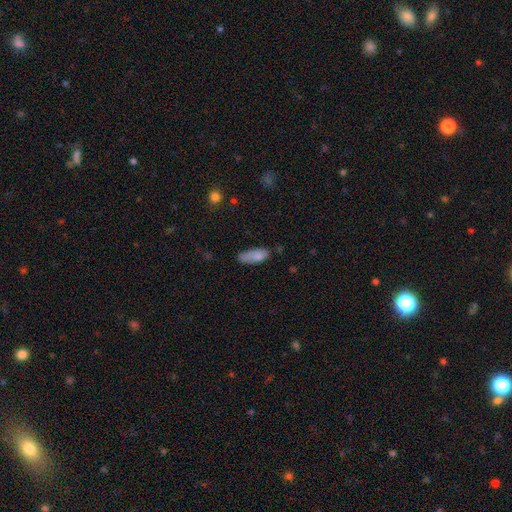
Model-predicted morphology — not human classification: smooth-or-featured: smooth: 82% | featured or disk: 11% | star or artifact: 8%
  how-rounded: in between: 73% | cigar-shaped: 25% | round: 2%
  merging: none: 61% | minor disturbance: 28% | major disturbance: 7% | merger: 4%